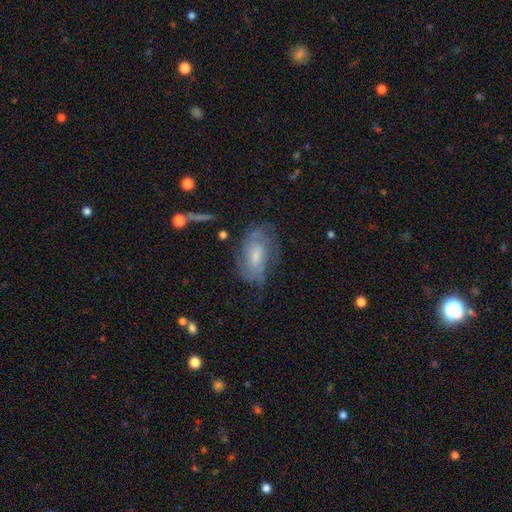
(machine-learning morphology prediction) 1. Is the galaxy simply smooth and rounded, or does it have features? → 69% featured or disk, 24% smooth, 7% star or artifact.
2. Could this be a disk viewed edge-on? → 94% no, 6% yes.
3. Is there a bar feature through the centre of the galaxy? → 56% no, 37% weak, 7% strong.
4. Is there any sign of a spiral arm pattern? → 86% yes, 14% no.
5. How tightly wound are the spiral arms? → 49% tight, 37% medium, 14% loose.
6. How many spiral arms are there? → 47% can't tell, 23% 2, 14% 3, 7% 4, 5% 1, 4% more than 4.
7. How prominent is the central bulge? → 46% small, 41% moderate, 7% none, 5% large, 1% dominant.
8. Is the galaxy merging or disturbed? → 60% none, 24% minor disturbance, 14% major disturbance, 2% merger.